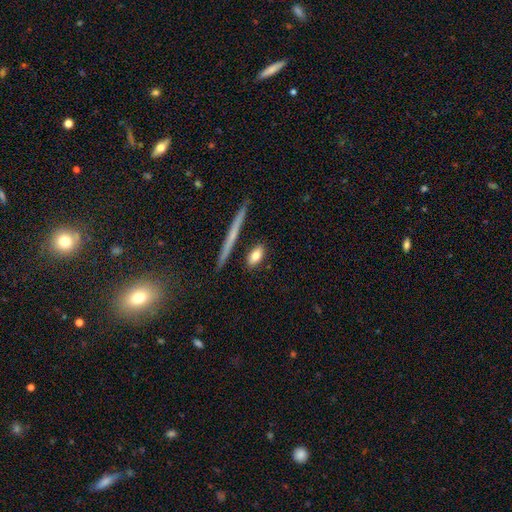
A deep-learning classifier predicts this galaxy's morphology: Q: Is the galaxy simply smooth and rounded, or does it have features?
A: smooth — 78%.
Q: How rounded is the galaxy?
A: in between — 75%.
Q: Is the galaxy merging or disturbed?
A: none — 82%.